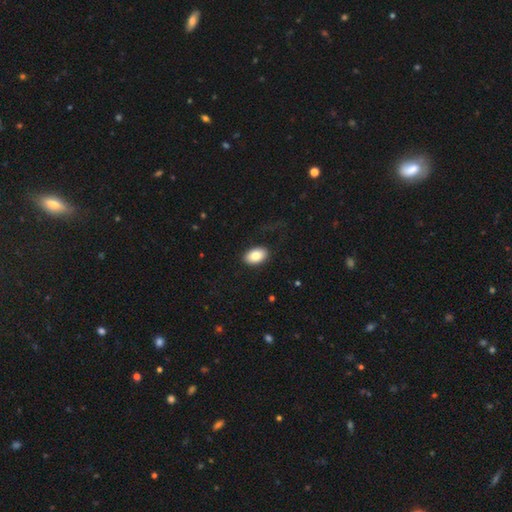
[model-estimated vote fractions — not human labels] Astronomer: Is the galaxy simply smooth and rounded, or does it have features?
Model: smooth — 84%.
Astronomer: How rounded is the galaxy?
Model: in between — 91%.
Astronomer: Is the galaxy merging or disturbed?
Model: none — 86%.